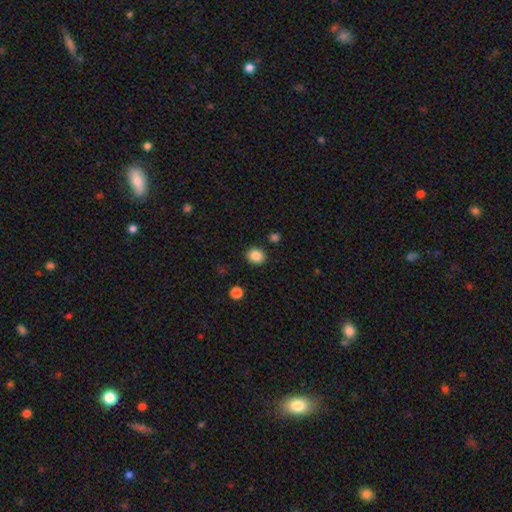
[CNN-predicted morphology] type=smooth (86%); roundness=round (71%); merging=none (89%).